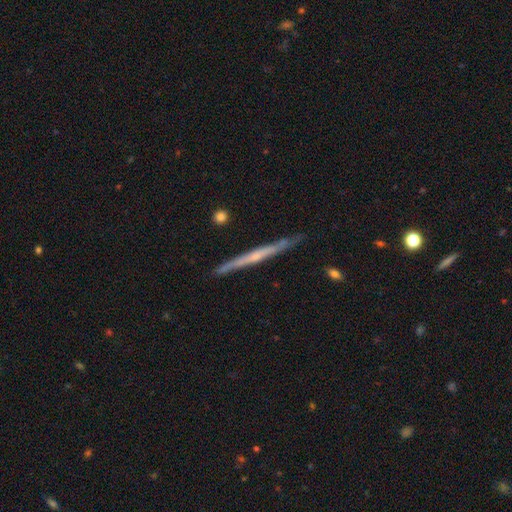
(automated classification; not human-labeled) Q: Smooth or featured?
A: featured or disk (66%); runner-up: smooth (28%)
Q: Edge-on disk?
A: yes (97%); runner-up: no (3%)
Q: Edge-on bulge?
A: none (63%); runner-up: rounded (30%)
Q: Merging?
A: none (86%); runner-up: minor disturbance (11%)